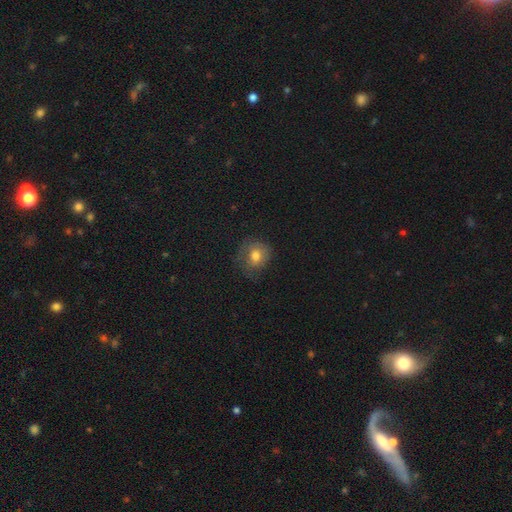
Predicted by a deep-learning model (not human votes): Smooth or featured?
  - smooth: 72% *
  - featured or disk: 17%
  - star or artifact: 10%
How rounded?
  - round: 74% *
  - in between: 25%
  - cigar-shaped: 1%
Merging?
  - none: 62% *
  - minor disturbance: 25%
  - major disturbance: 12%
  - merger: 1%